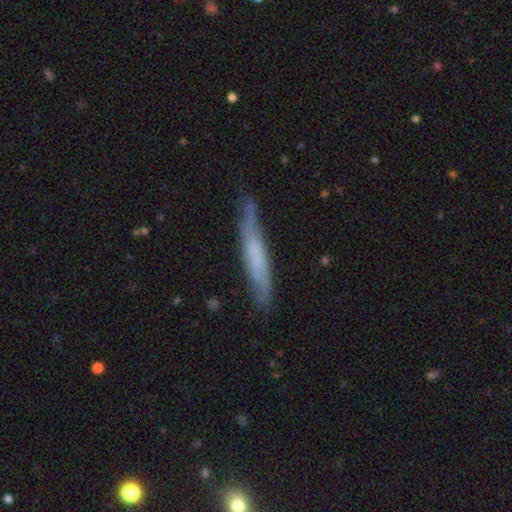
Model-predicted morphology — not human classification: This appears to be a featured or disk galaxy (50%) viewed edge-on (77%). Merging: none (75%).